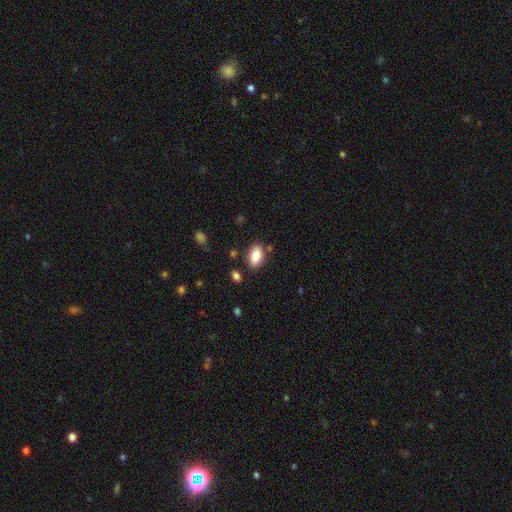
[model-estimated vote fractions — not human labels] A smooth galaxy with no disk features (84%) that is in between round and cigar-shaped (91%). Merging: none (82%).